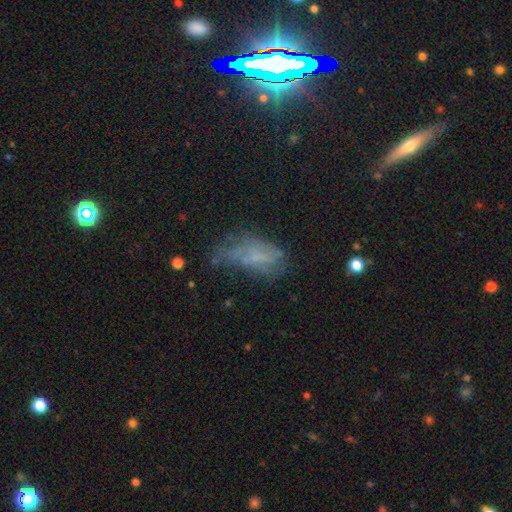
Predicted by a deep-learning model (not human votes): The model was most divided on "smooth or featured": featured or disk: 40%, smooth: 39%, star or artifact: 21%. Remaining: merging — none (37%).